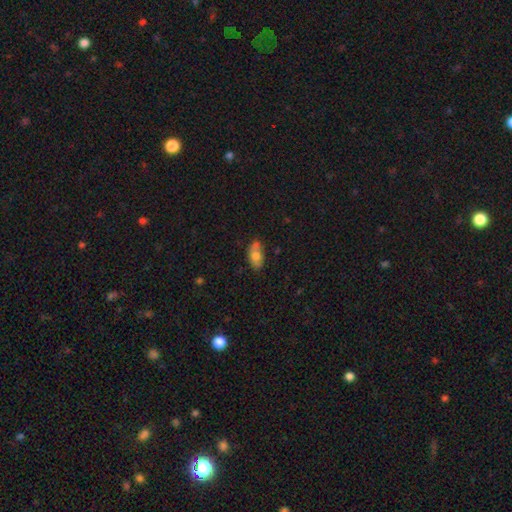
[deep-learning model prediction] A smooth galaxy with no disk features (67%) that is in between round and cigar-shaped (90%).

Vote fractions:
- Smooth or featured? smooth: 67% / featured or disk: 25% / star or artifact: 8%
- How rounded? in between: 90% / cigar-shaped: 5% / round: 5%
- Merging? none: 62% / minor disturbance: 24% / merger: 9% / major disturbance: 5%